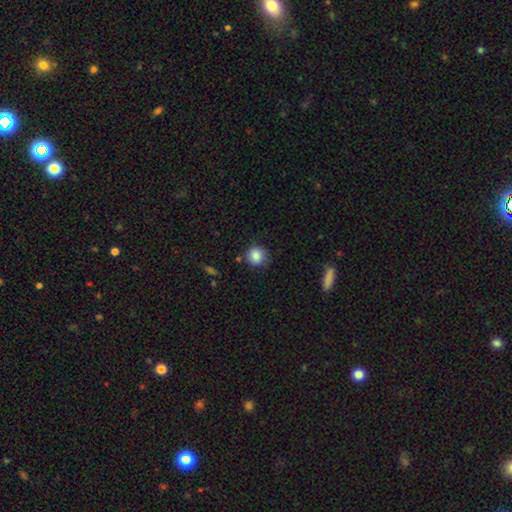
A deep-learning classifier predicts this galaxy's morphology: smooth 85%, star or artifact 9%, featured or disk 6%. Down the decision tree: how rounded — round (89%); merging — none (77%).